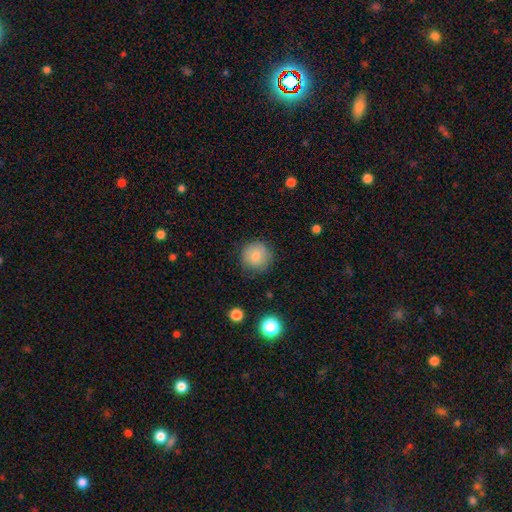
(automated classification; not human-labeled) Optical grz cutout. It shows a smooth galaxy with no disk features (80%) that is round (93%). Merging: none (80%).